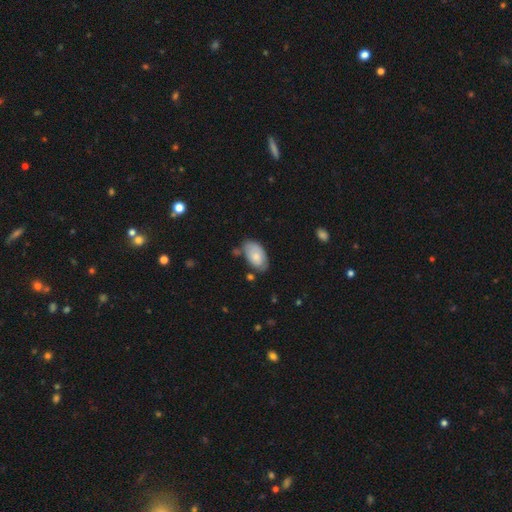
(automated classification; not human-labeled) Smooth or featured? smooth (71%)
How rounded? in between (94%)
Merging? none (60%)